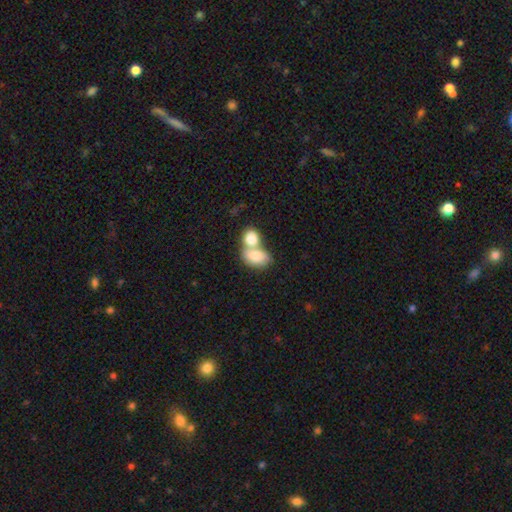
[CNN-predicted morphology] This appears to be a smooth galaxy with no disk features (80%) that is in between round and cigar-shaped (82%). Merging: merger (70%).